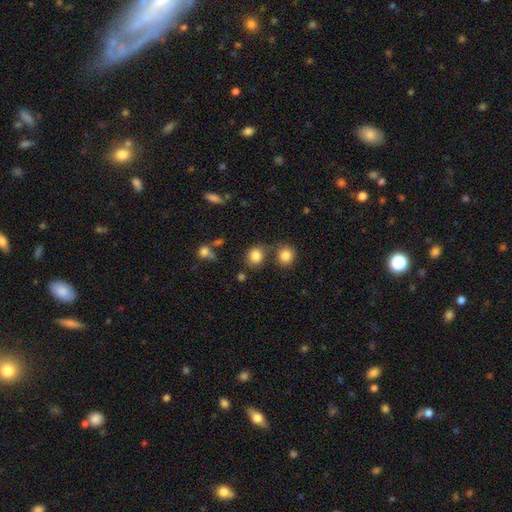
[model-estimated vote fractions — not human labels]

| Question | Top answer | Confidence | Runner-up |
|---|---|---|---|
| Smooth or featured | smooth | 82% | star or artifact (11%) |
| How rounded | round | 70% | in between (29%) |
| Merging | none | 64% | merger (19%) |